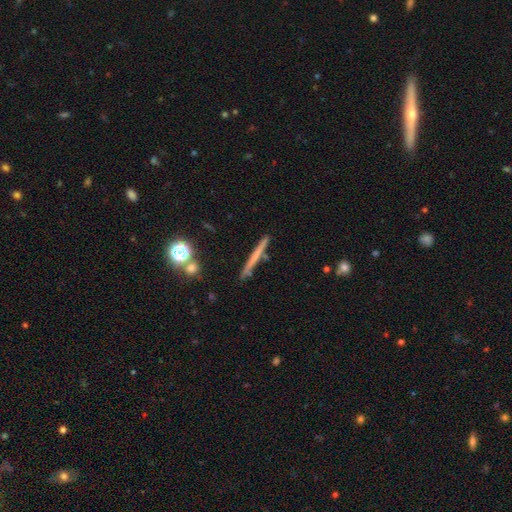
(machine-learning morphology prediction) Smooth or featured? Predicted: smooth (p=0.48). Merging? Predicted: none (p=0.88).